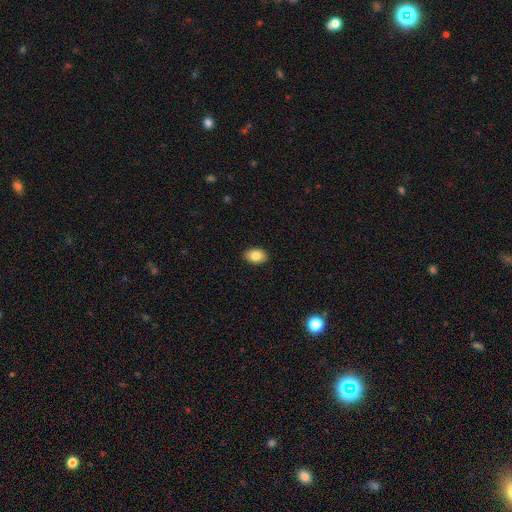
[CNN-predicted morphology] smooth-or-featured: smooth: 83% | featured or disk: 9% | star or artifact: 8%
  how-rounded: in between: 82% | round: 17% | cigar-shaped: 1%
  merging: none: 90% | minor disturbance: 7% | major disturbance: 2% | merger: 1%